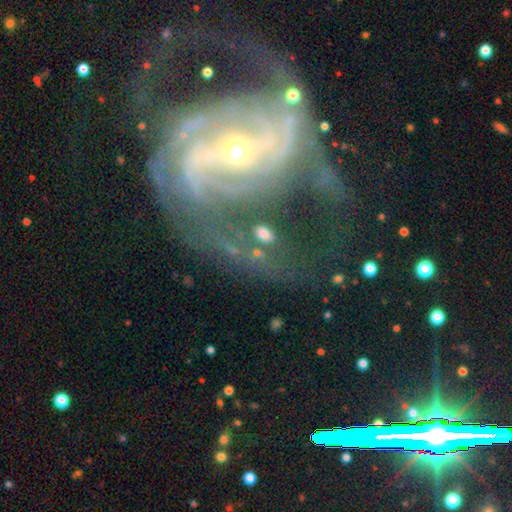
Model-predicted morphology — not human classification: type=featured or disk (78%); edge-on=no (95%); bar=no (37%); spiral arms=yes (93%); winding=tight (53%); arm count=2 (35%); bulge=small (59%); merging=none (61%).